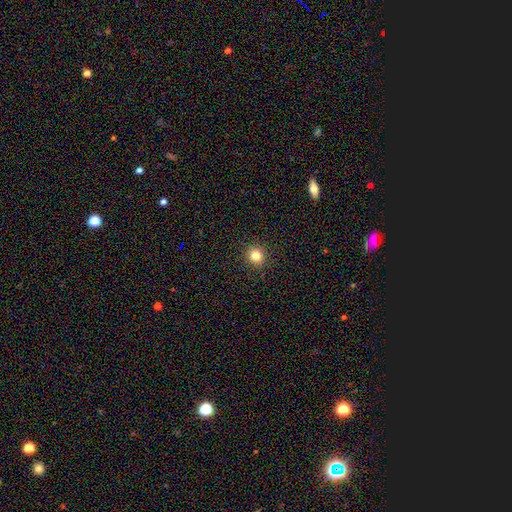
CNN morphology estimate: This is clearly a smooth galaxy (82%). How rounded: clearly round (92%). Merging: clearly none (92%).